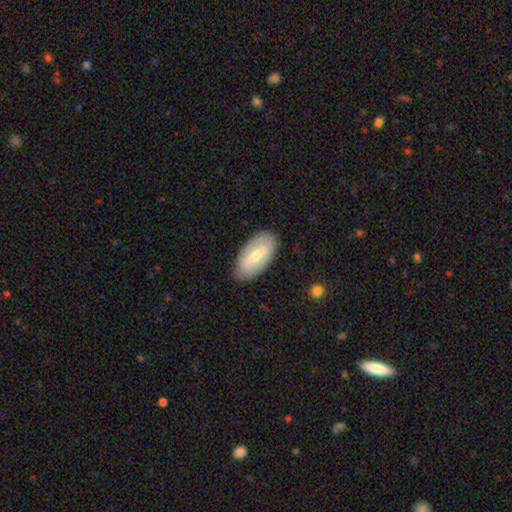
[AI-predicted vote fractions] Morphology: type=smooth (55%); roundness=in between (93%); merging=none (86%).